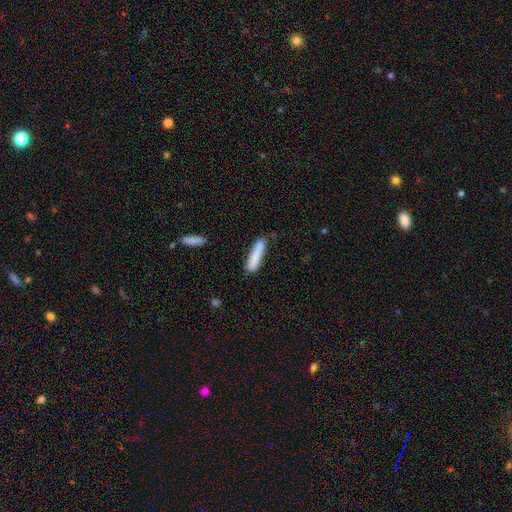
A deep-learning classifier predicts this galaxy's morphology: Smooth or featured? Predicted: smooth (p=0.83). How rounded? Predicted: cigar-shaped (p=0.88). Merging? Predicted: none (p=0.79).